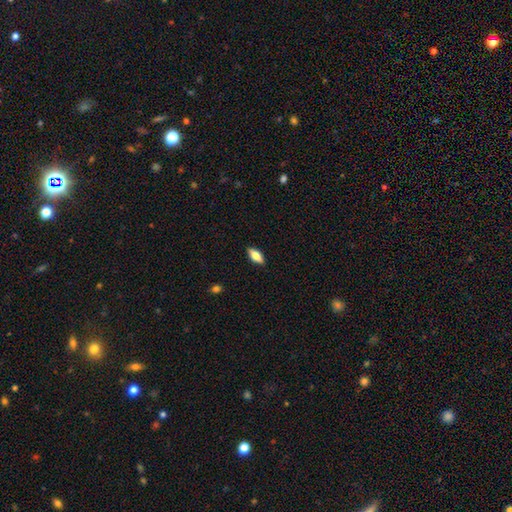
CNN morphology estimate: A smooth galaxy with no disk features (68%) that is in between round and cigar-shaped (80%). Merging: none (88%).